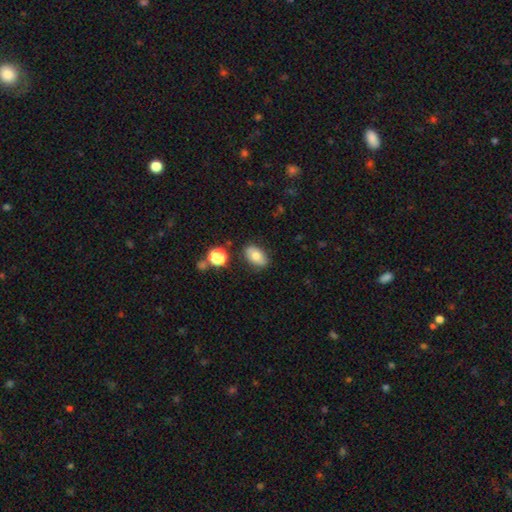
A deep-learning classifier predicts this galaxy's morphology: A smooth galaxy with no disk features (74%) that is in between round and cigar-shaped (88%).

Vote fractions:
- Smooth or featured? smooth: 74% / featured or disk: 16% / star or artifact: 10%
- How rounded? in between: 88% / round: 11% / cigar-shaped: 2%
- Merging? none: 82% / minor disturbance: 12% / major disturbance: 3% / merger: 3%